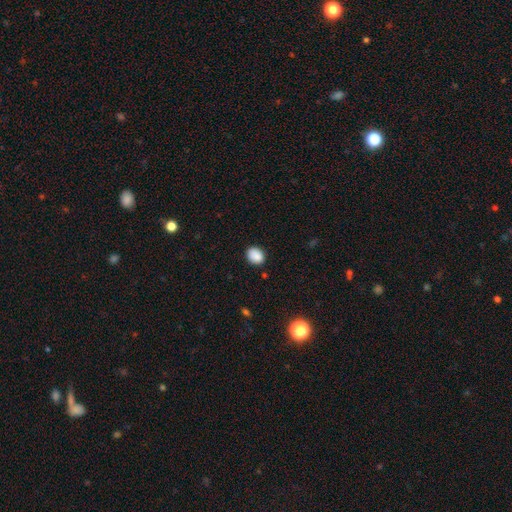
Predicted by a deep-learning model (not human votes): smooth-or-featured: smooth: 88% | star or artifact: 9% | featured or disk: 3%
  how-rounded: round: 51% | in between: 48% | cigar-shaped: 1%
  merging: none: 85% | minor disturbance: 11% | major disturbance: 3% | merger: 1%